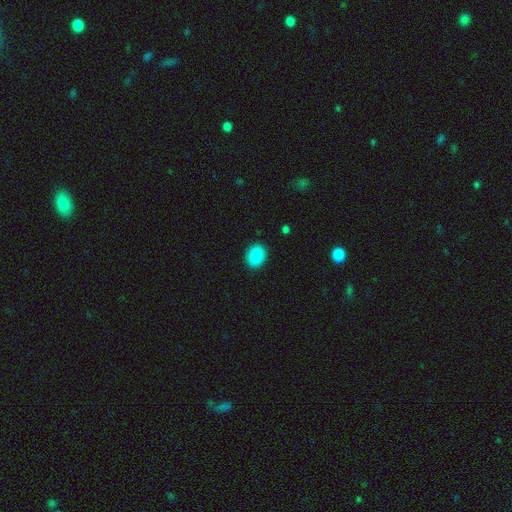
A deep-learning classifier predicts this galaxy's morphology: A smooth galaxy with no disk features (88%) that is in between round and cigar-shaped (57%).

Vote fractions:
- Smooth or featured? smooth: 88% / star or artifact: 8% / featured or disk: 4%
- How rounded? in between: 57% / round: 42% / cigar-shaped: 1%
- Merging? none: 88% / minor disturbance: 9% / major disturbance: 2% / merger: 1%